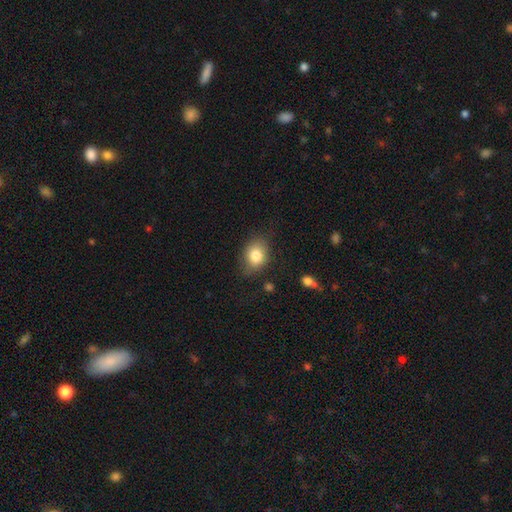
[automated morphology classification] Smooth or featured?
  - smooth: 82% *
  - featured or disk: 9%
  - star or artifact: 9%
How rounded?
  - in between: 64% *
  - round: 35%
  - cigar-shaped: 1%
Merging?
  - none: 75% *
  - minor disturbance: 18%
  - major disturbance: 5%
  - merger: 2%